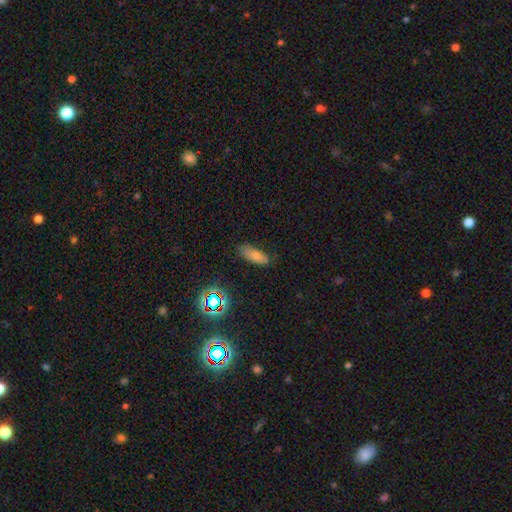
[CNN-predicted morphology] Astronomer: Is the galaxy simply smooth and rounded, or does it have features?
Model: smooth — 74%.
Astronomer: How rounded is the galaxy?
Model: in between — 73%.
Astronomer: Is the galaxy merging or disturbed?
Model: none — 74%.